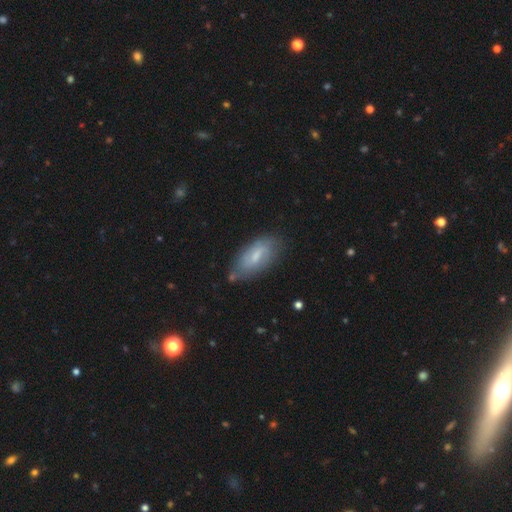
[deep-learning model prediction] A featured or disk galaxy (48%). Merging: none (69%).